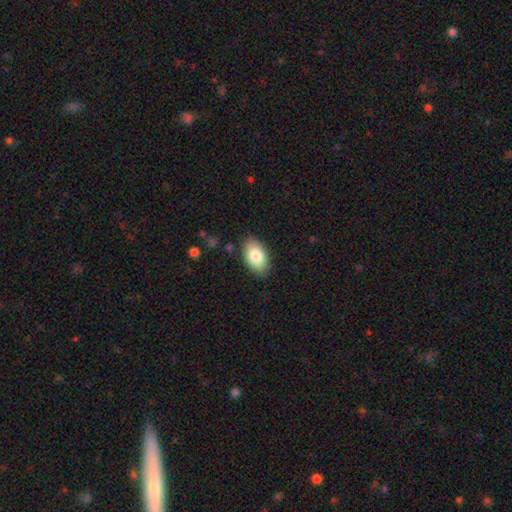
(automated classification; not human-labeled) Smooth or featured? smooth (83%)
How rounded? in between (94%)
Merging? none (85%)